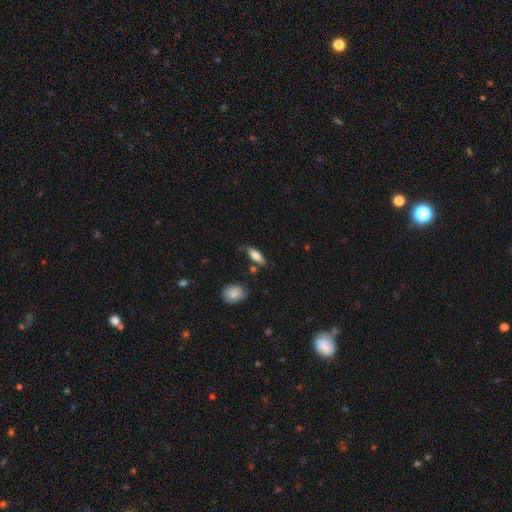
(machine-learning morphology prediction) The model was most divided on "how rounded": in between: 69%, cigar-shaped: 28%, round: 3%. More confident: smooth or featured — smooth (74%); merging — none (71%).